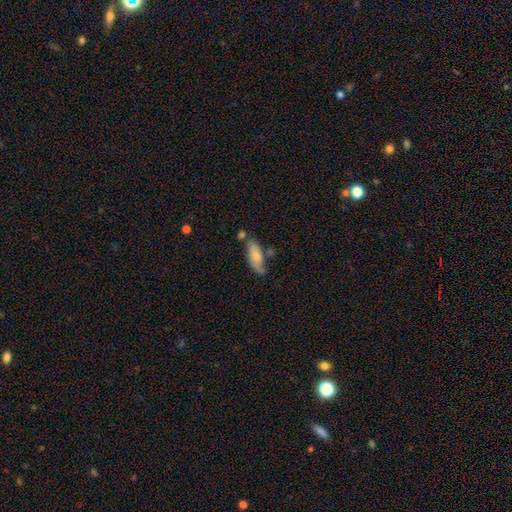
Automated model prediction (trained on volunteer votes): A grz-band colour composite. It shows a smooth galaxy with no disk features (70%) that is in between round and cigar-shaped (74%). Merging: none (53%).